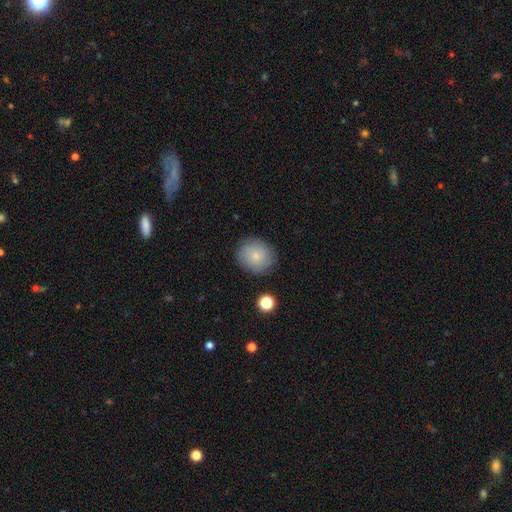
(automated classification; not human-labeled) smooth 78%, featured or disk 14%, star or artifact 9%. Down the decision tree: how rounded — round (79%); merging — none (83%).